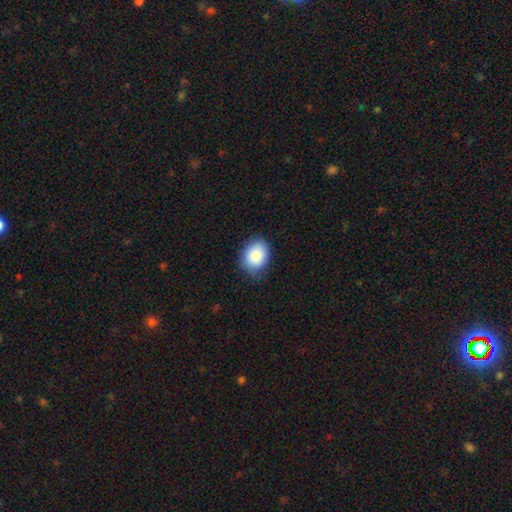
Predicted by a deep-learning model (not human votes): Q: Smooth or featured?
A: smooth (86%); runner-up: featured or disk (8%)
Q: How rounded?
A: in between (62%); runner-up: round (37%)
Q: Merging?
A: none (69%); runner-up: minor disturbance (25%)